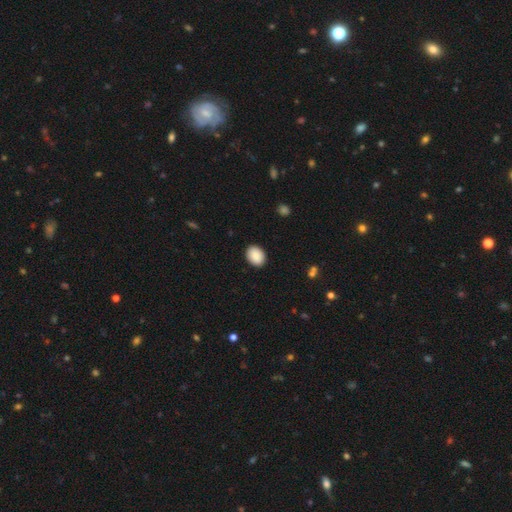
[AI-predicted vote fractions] Smooth or featured?
  - smooth: 89% *
  - star or artifact: 7%
  - featured or disk: 4%
How rounded?
  - in between: 66% *
  - round: 33%
  - cigar-shaped: 1%
Merging?
  - none: 90% *
  - minor disturbance: 7%
  - major disturbance: 2%
  - merger: 1%